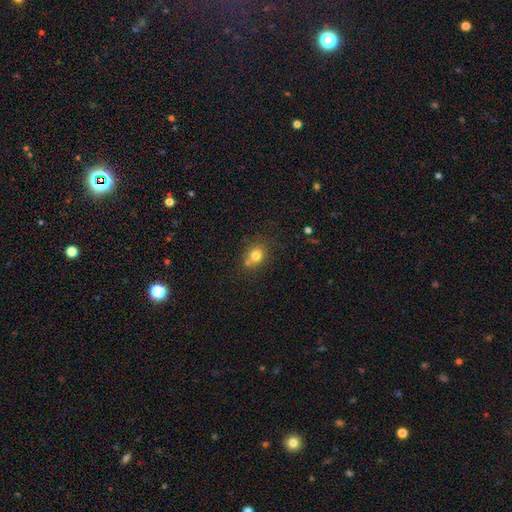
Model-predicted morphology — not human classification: smooth-or-featured: smooth: 78% | star or artifact: 12% | featured or disk: 10%
  how-rounded: round: 72% | in between: 27% | cigar-shaped: 1%
  merging: none: 59% | merger: 23% | minor disturbance: 13% | major disturbance: 4%